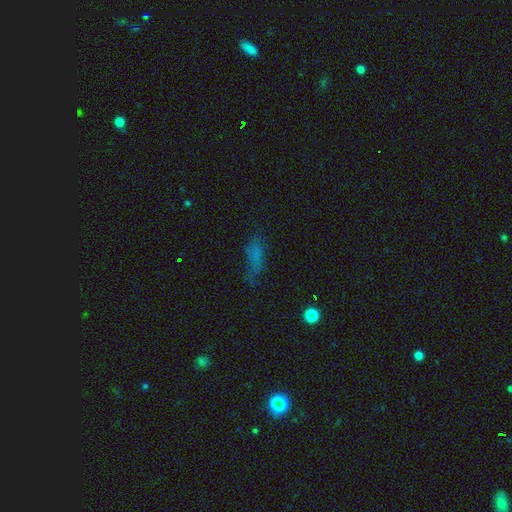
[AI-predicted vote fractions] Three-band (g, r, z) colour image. It shows a smooth galaxy with no disk features (63%) that is in between round and cigar-shaped (60%). Merging: none (53%).